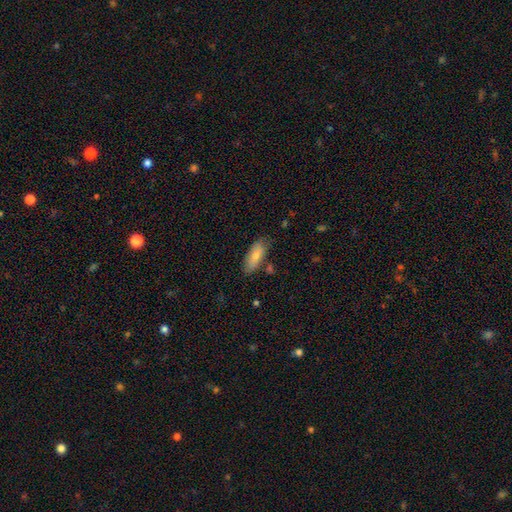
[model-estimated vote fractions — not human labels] A smooth galaxy with no disk features (76%) that is in between round and cigar-shaped (78%). Merging: none (74%).